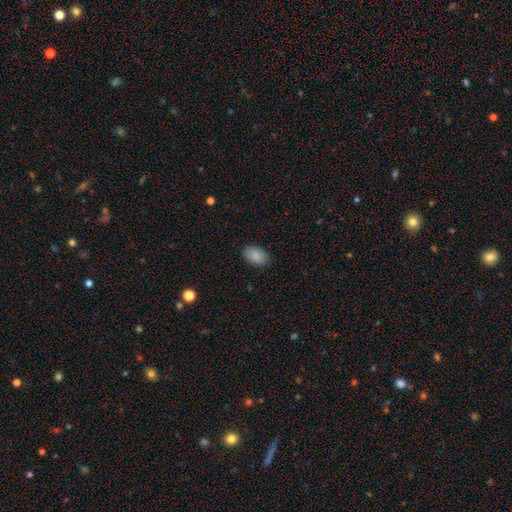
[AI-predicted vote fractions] Smooth or featured? smooth (89%)
How rounded? in between (91%)
Merging? none (88%)